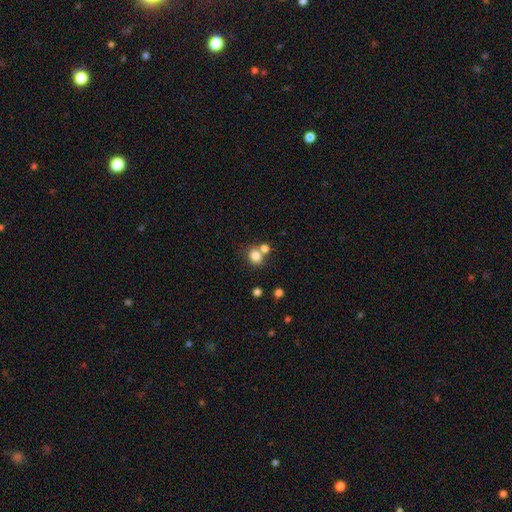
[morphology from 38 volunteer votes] A smooth galaxy with no disk features (82%) that is round (90%). Merging: merger (57%).